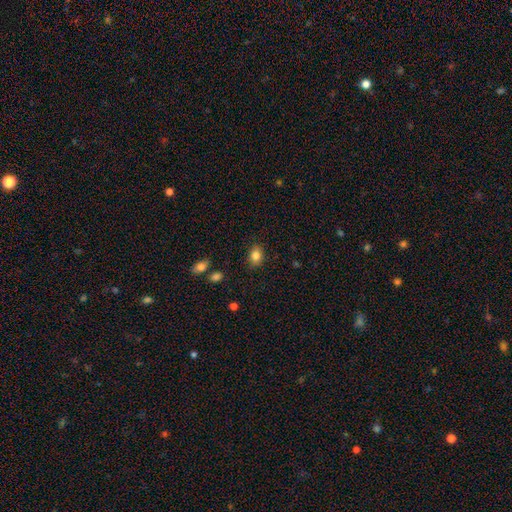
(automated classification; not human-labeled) The model was most divided on "how rounded": in between: 74%, round: 24%, cigar-shaped: 1%. More confident: merging — none (84%); smooth or featured — smooth (84%).